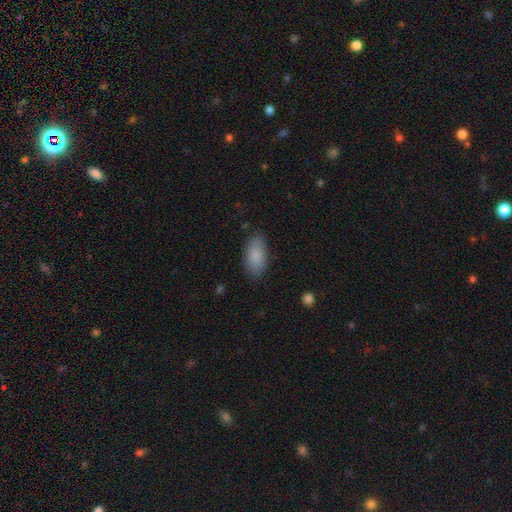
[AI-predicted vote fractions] Q: Smooth or featured?
A: smooth (86%); runner-up: featured or disk (7%)
Q: How rounded?
A: in between (93%); runner-up: cigar-shaped (4%)
Q: Merging?
A: none (84%); runner-up: minor disturbance (12%)